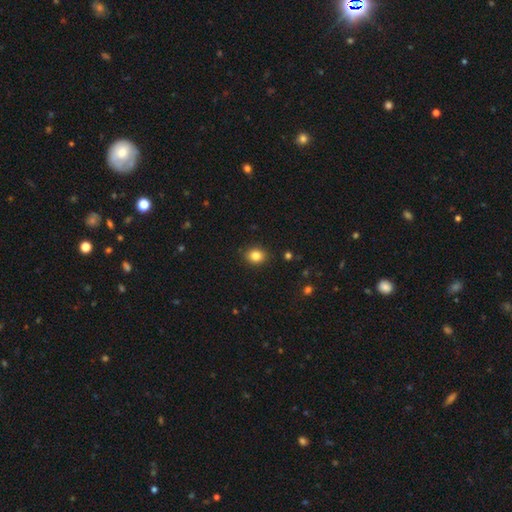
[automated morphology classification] smooth-or-featured: smooth: 84% | star or artifact: 11% | featured or disk: 6%
  how-rounded: round: 62% | in between: 37% | cigar-shaped: 1%
  merging: none: 90% | minor disturbance: 7% | major disturbance: 2% | merger: 1%